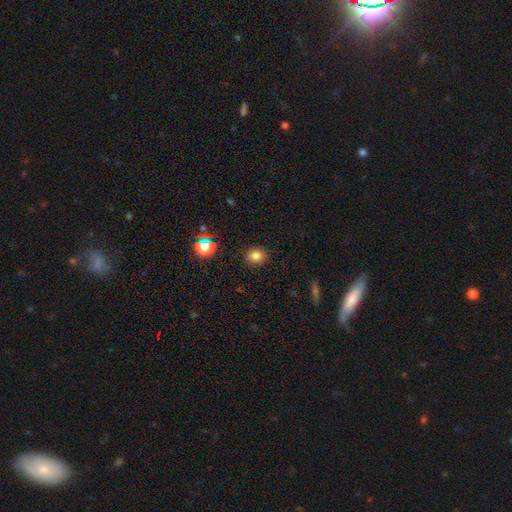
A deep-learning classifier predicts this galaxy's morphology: Smooth or featured: smooth — 79% (star or artifact — 15%)
How rounded: round — 69% (in between — 30%)
Merging: none — 89% (minor disturbance — 8%)